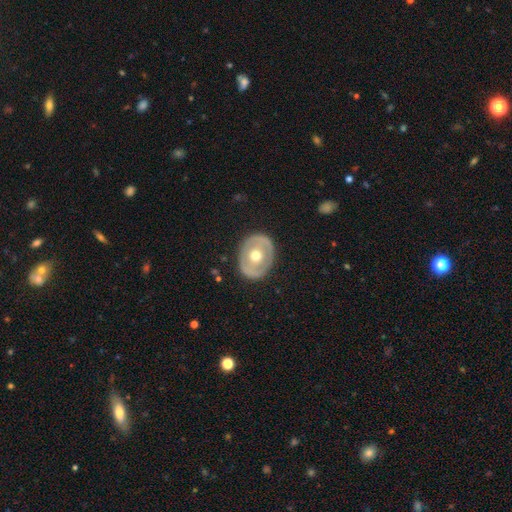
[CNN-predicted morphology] featured or disk 59%, smooth 36%, star or artifact 5%. Down the decision tree: edge-on disk — no (94%); bar — no (83%); spiral arms — no (84%); bulge size — moderate (79%); merging — none (84%).